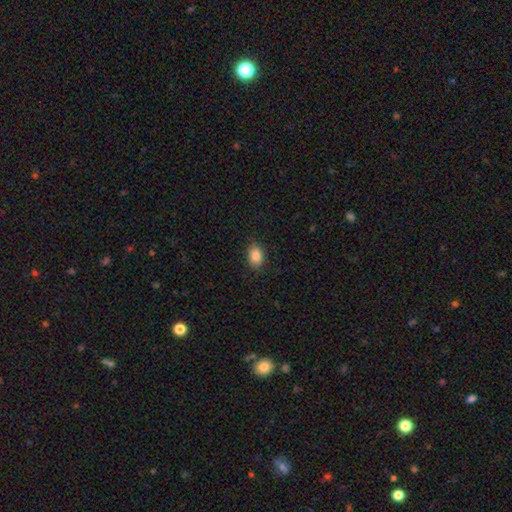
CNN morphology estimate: smooth 86%, star or artifact 9%, featured or disk 5%. Down the decision tree: how rounded — in between (81%); merging — none (86%).